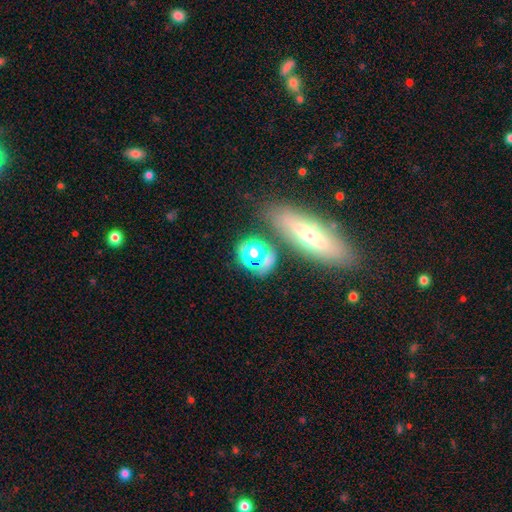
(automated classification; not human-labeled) Smooth or featured? smooth (56%)
How rounded? round (61%)
Merging? none (63%)